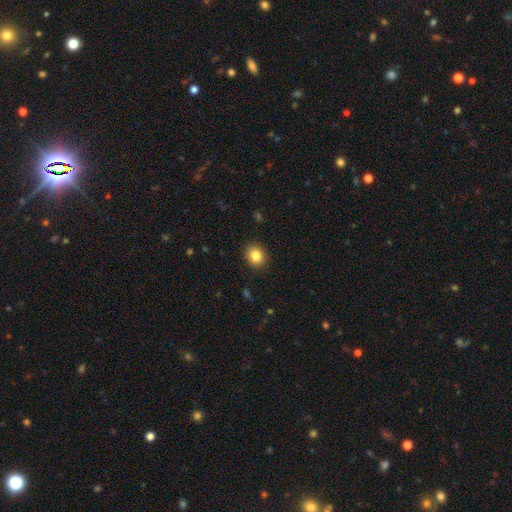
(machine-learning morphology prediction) Smooth or featured?
  - smooth: 84% *
  - star or artifact: 10%
  - featured or disk: 6%
How rounded?
  - round: 75% *
  - in between: 24%
  - cigar-shaped: 1%
Merging?
  - none: 91% *
  - minor disturbance: 6%
  - major disturbance: 2%
  - merger: 1%